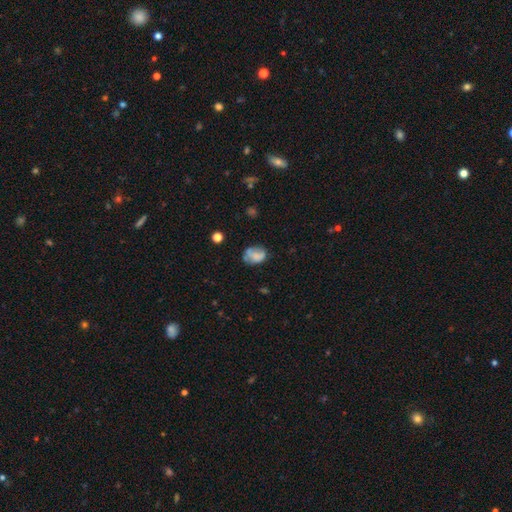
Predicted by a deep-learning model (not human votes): Smooth or featured: smooth — 63% (featured or disk — 27%)
How rounded: in between — 70% (round — 28%)
Merging: none — 51% (minor disturbance — 29%)